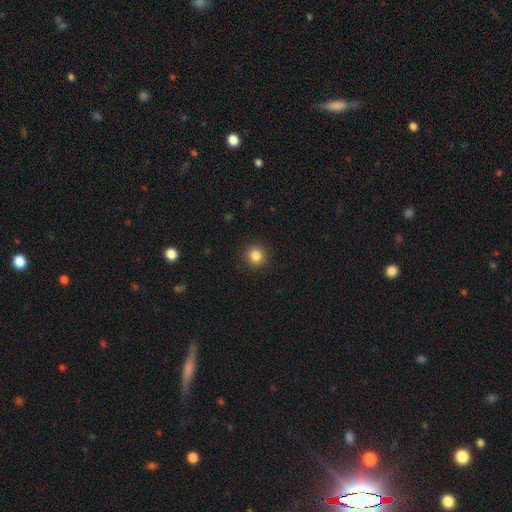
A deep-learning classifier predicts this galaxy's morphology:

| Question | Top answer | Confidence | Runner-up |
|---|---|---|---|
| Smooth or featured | smooth | 85% | star or artifact (11%) |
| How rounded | round | 94% | in between (6%) |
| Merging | none | 91% | minor disturbance (6%) |